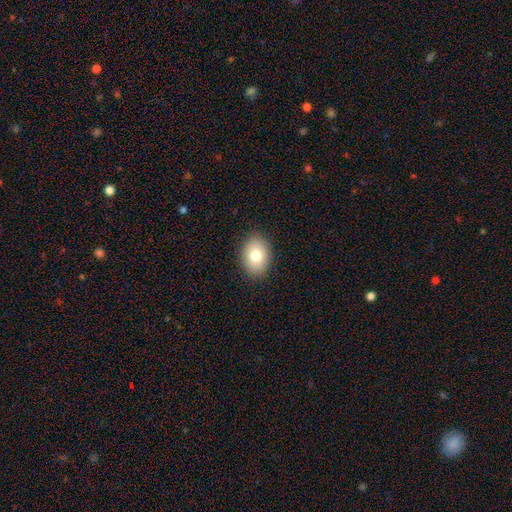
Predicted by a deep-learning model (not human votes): Smooth or featured: smooth — 77% (featured or disk — 13%)
How rounded: in between — 72% (round — 27%)
Merging: none — 88% (minor disturbance — 9%)